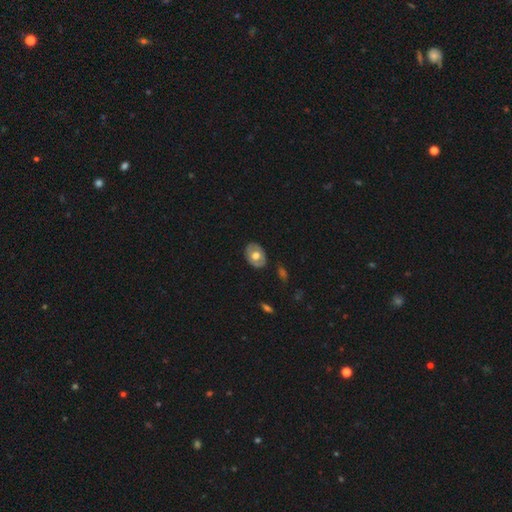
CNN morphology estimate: type=smooth (53%); roundness=in between (72%); merging=none (83%).